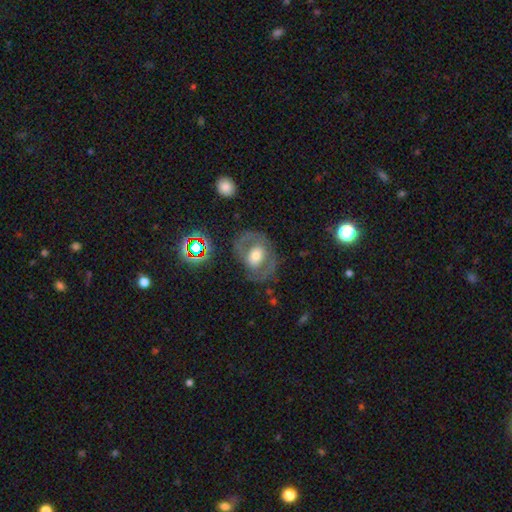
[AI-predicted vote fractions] smooth-or-featured: featured or disk: 58% | smooth: 32% | star or artifact: 9%
  disk-edge-on: no: 95% | yes: 5%
    bar: no: 58% | weak: 28% | strong: 14%
    has-spiral-arms: no: 53% | yes: 47%
    bulge-size: moderate: 52% | large: 27% | small: 15% | dominant: 3% | none: 2%
  merging: none: 69% | minor disturbance: 15% | major disturbance: 14% | merger: 2%